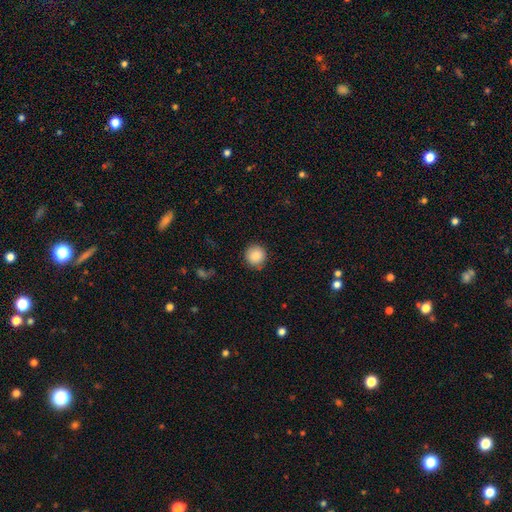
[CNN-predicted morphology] Q: Smooth or featured?
A: smooth (85%); runner-up: star or artifact (9%)
Q: How rounded?
A: round (94%); runner-up: in between (5%)
Q: Merging?
A: none (86%); runner-up: minor disturbance (11%)